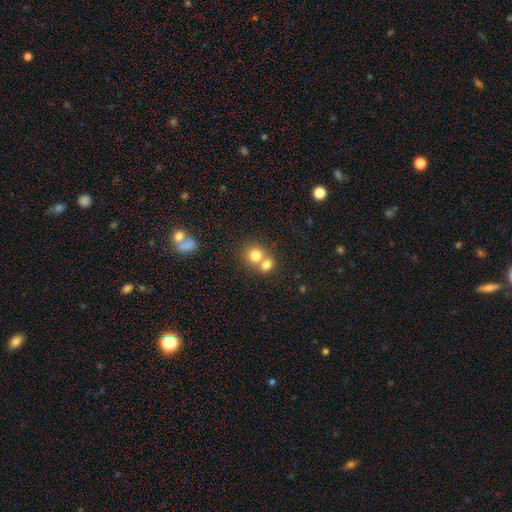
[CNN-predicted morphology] Smooth or featured: smooth — 78% (featured or disk — 11%)
How rounded: round — 75% (in between — 24%)
Merging: merger — 55% (none — 35%)